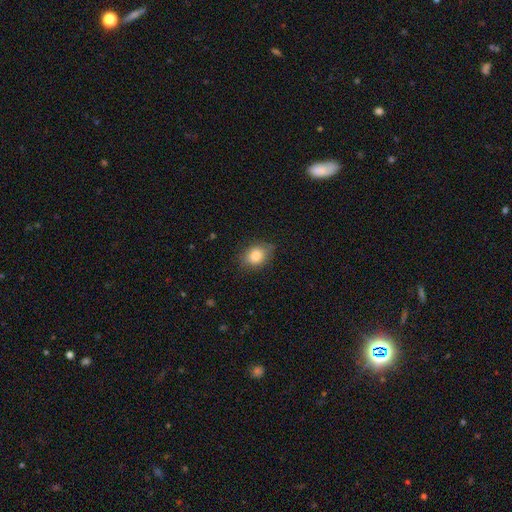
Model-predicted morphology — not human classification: smooth_or_featured: smooth (p=0.84) [alt: star or artifact p=0.08]
how_rounded: in between (p=0.65) [alt: round p=0.34]
merging: none (p=0.77) [alt: minor disturbance p=0.18]